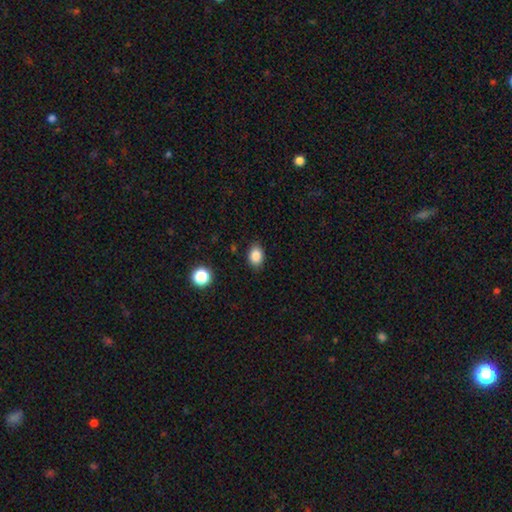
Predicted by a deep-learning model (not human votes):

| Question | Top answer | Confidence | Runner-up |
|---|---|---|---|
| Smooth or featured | smooth | 86% | star or artifact (10%) |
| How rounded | in between | 73% | round (26%) |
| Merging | none | 85% | minor disturbance (11%) |